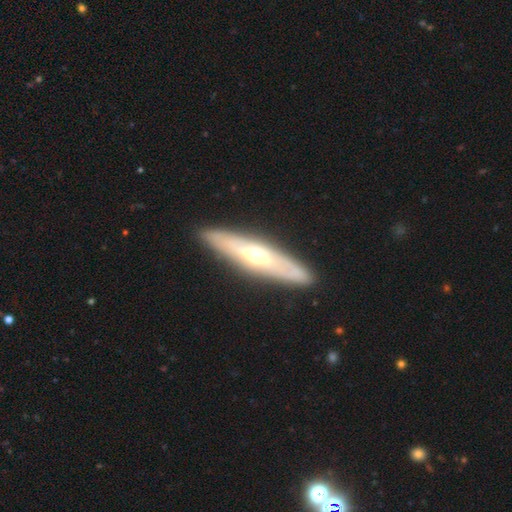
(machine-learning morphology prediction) type=featured or disk (65%); edge-on=yes (69%); merging=none (89%).